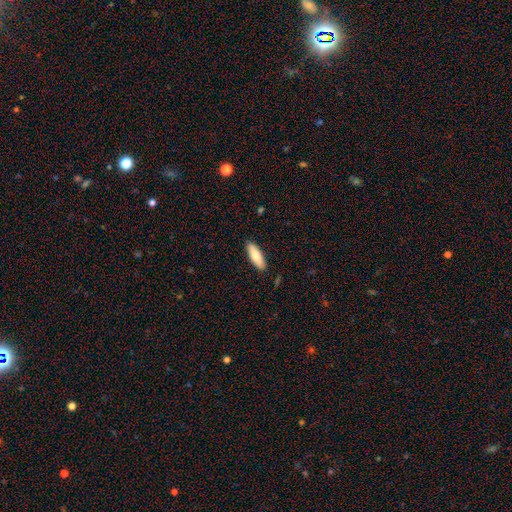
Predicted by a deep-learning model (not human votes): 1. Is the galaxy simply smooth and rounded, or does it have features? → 82% smooth, 13% featured or disk, 5% star or artifact.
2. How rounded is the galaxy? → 50% in between, 48% cigar-shaped, 2% round.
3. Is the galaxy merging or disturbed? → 89% none, 8% minor disturbance, 2% major disturbance, 1% merger.